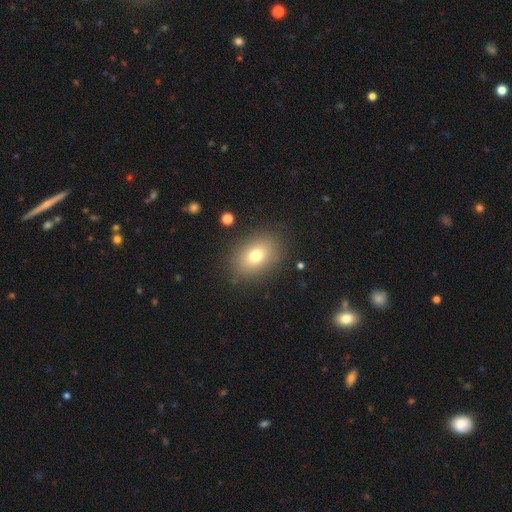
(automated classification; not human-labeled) Smooth or featured? smooth (75%)
How rounded? in between (76%)
Merging? none (84%)